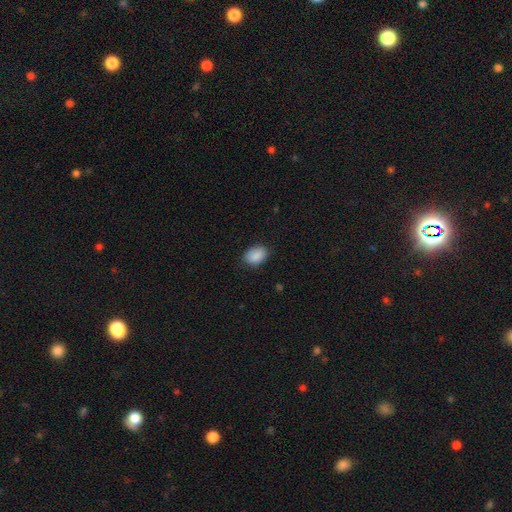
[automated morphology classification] This is clearly a smooth galaxy (89%). How rounded: clearly in between (82%). Merging: clearly none (83%).